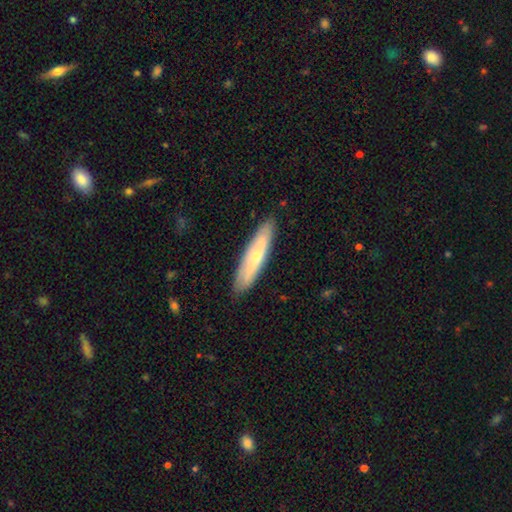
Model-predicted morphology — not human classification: smooth-or-featured: smooth: 51% | featured or disk: 43% | star or artifact: 6%
  how-rounded: cigar-shaped: 81% | in between: 17% | round: 1%
  merging: none: 87% | minor disturbance: 10% | major disturbance: 2% | merger: 1%